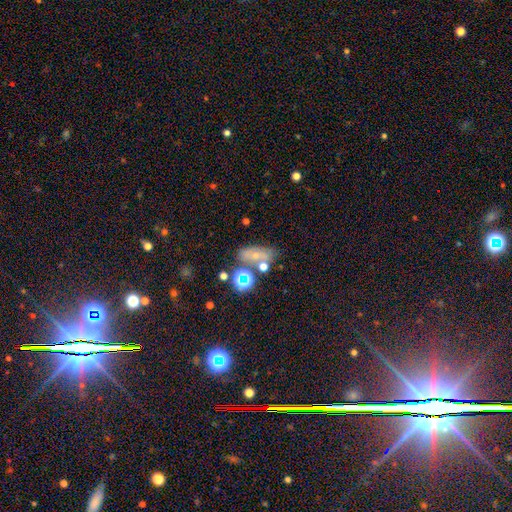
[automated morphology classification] The model was most divided on "smooth or featured": smooth: 52%, star or artifact: 28%, featured or disk: 20%. More confident: how rounded — in between (67%); merging — none (54%).